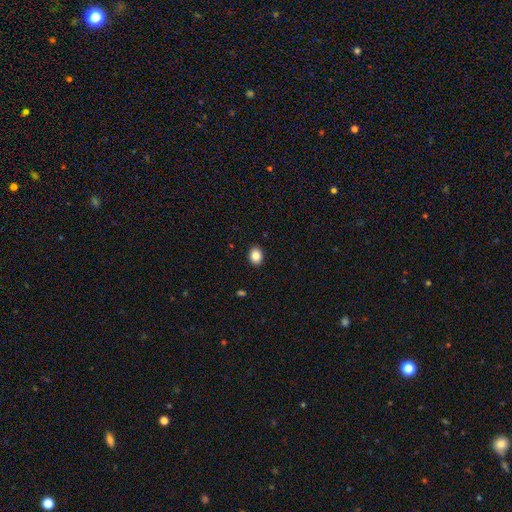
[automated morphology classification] smooth-or-featured: smooth: 87% | star or artifact: 9% | featured or disk: 4%
  how-rounded: in between: 55% | round: 44% | cigar-shaped: 1%
  merging: none: 91% | minor disturbance: 6% | major disturbance: 2% | merger: 1%